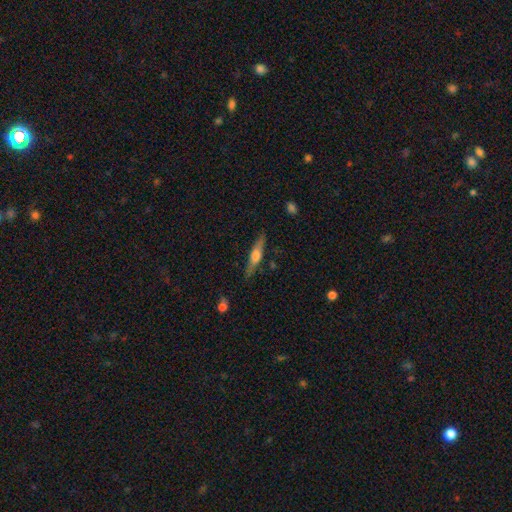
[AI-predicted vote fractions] Smooth or featured? Predicted: featured or disk (p=0.53). Edge-on disk? Predicted: yes (p=0.93). Merging? Predicted: none (p=0.83).